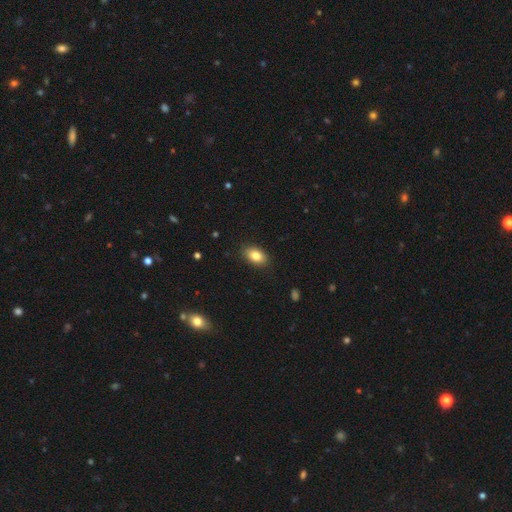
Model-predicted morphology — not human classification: The model was most divided on "smooth or featured": smooth: 84%, featured or disk: 8%, star or artifact: 8%. More confident: how rounded — in between (90%); merging — none (88%).